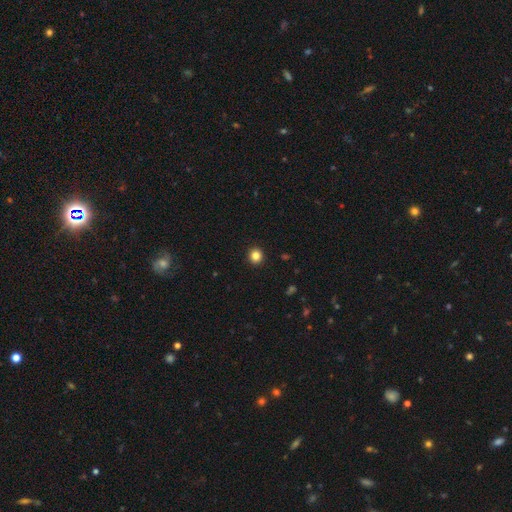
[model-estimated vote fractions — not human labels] smooth_or_featured: smooth (p=0.84) [alt: star or artifact p=0.12]
how_rounded: round (p=0.93) [alt: in between p=0.06]
merging: none (p=0.93) [alt: minor disturbance p=0.04]